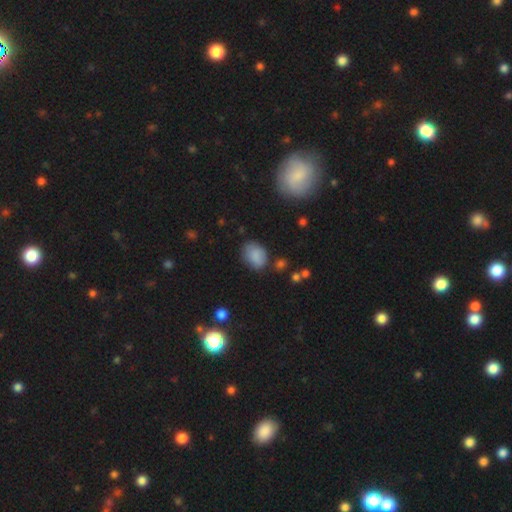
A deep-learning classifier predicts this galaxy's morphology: Q: Smooth or featured?
A: smooth (82%); runner-up: star or artifact (10%)
Q: How rounded?
A: in between (65%); runner-up: round (34%)
Q: Merging?
A: none (66%); runner-up: minor disturbance (24%)